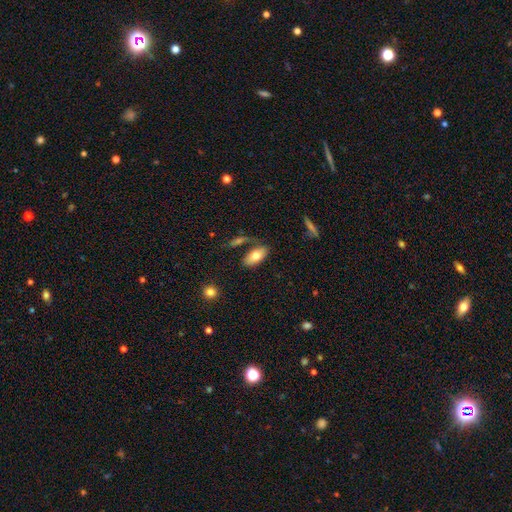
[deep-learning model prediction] smooth-or-featured: smooth: 74% | featured or disk: 19% | star or artifact: 7%
  how-rounded: in between: 90% | cigar-shaped: 8% | round: 3%
  merging: none: 65% | minor disturbance: 15% | merger: 13% | major disturbance: 6%